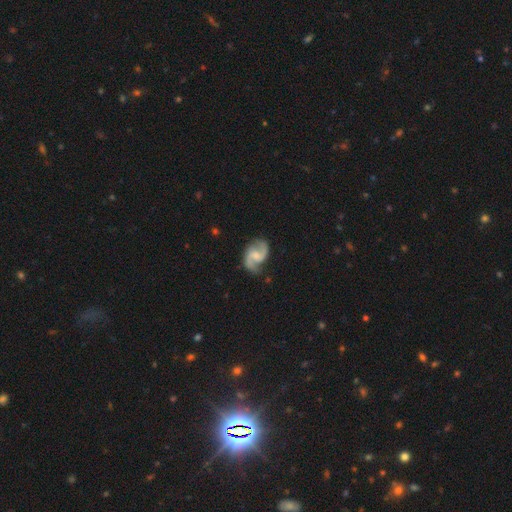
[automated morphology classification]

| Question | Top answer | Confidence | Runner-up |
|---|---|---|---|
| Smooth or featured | featured or disk | 89% | smooth (7%) |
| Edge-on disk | no | 98% | yes (2%) |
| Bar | weak | 50% | no (39%) |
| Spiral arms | yes | 98% | no (2%) |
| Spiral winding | medium | 53% | loose (36%) |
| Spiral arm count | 2 | 93% | can't tell (2%) |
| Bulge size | small | 47% | moderate (32%) |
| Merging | none | 79% | minor disturbance (15%) |